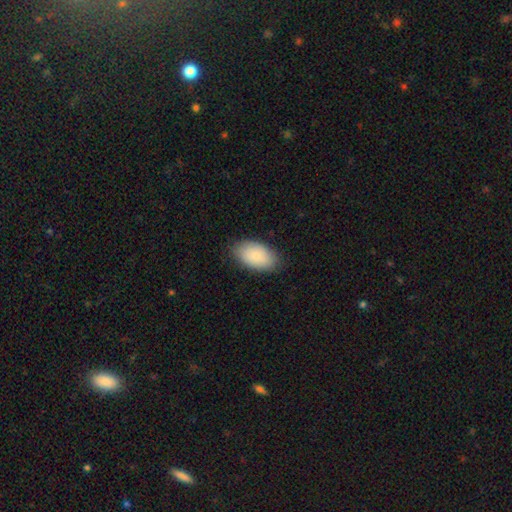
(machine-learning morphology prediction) Smooth or featured?
  - smooth: 87% *
  - featured or disk: 7%
  - star or artifact: 6%
How rounded?
  - in between: 95% *
  - round: 3%
  - cigar-shaped: 2%
Merging?
  - none: 84% *
  - minor disturbance: 12%
  - major disturbance: 3%
  - merger: 1%